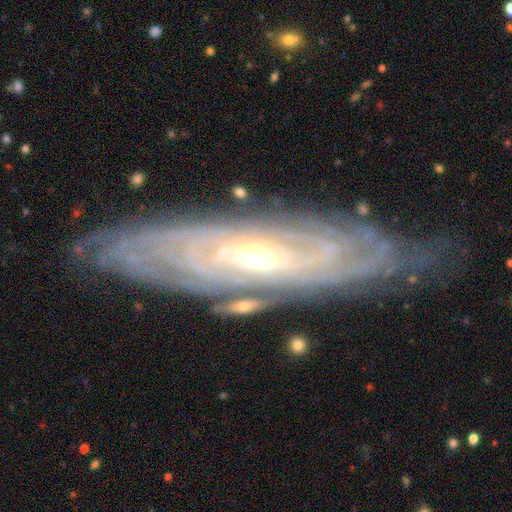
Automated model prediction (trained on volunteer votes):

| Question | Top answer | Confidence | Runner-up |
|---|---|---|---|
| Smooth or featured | featured or disk | 84% | smooth (9%) |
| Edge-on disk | no | 75% | yes (25%) |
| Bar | no | 53% | weak (34%) |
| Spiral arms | yes | 93% | no (7%) |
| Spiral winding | tight | 81% | medium (15%) |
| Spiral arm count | can't tell | 55% | 2 (11%) |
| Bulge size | small | 63% | moderate (33%) |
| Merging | none | 82% | minor disturbance (13%) |